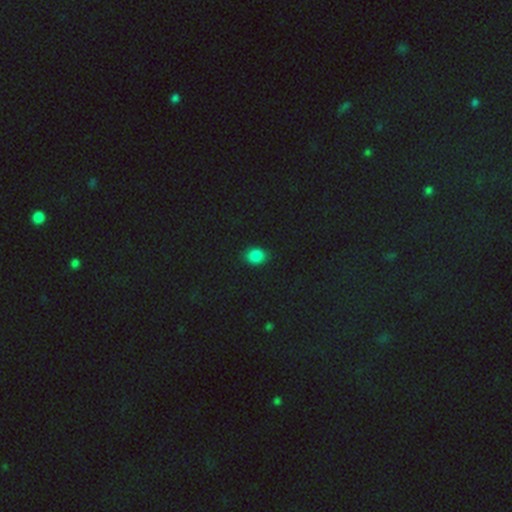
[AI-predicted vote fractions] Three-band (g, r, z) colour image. It shows a smooth galaxy with no disk features (84%) that is round (50%). Merging: none (87%).